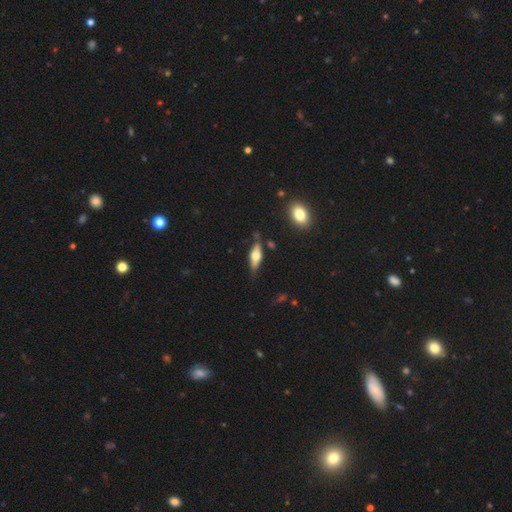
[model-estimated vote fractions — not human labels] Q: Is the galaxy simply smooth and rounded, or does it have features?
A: smooth — 47%.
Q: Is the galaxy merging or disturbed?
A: none — 71%.